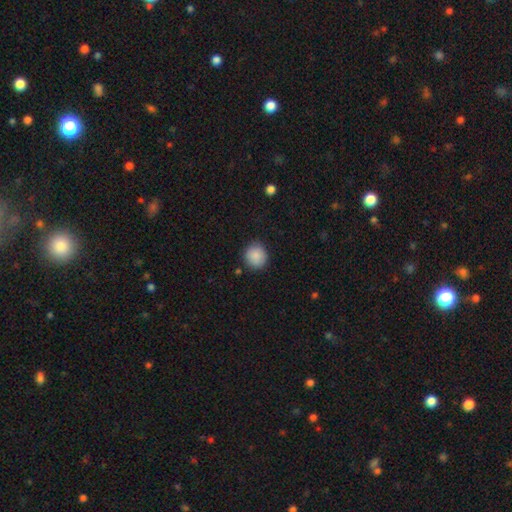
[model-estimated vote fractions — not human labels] Smooth or featured? smooth (89%)
How rounded? round (90%)
Merging? none (88%)